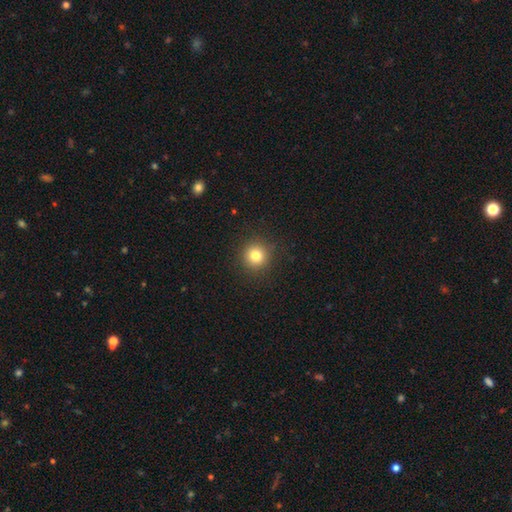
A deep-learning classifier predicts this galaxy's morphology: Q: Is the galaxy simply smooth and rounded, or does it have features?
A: smooth — 80%.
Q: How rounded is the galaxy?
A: round — 94%.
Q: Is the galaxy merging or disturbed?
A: none — 91%.